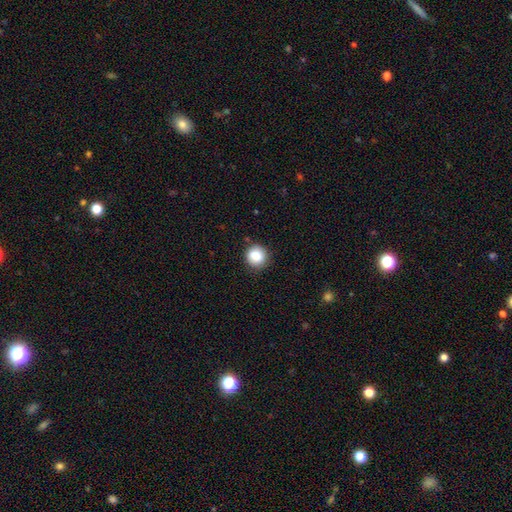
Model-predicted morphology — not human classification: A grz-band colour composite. It shows a smooth galaxy with no disk features (86%) that is round (90%). Merging: none (86%).